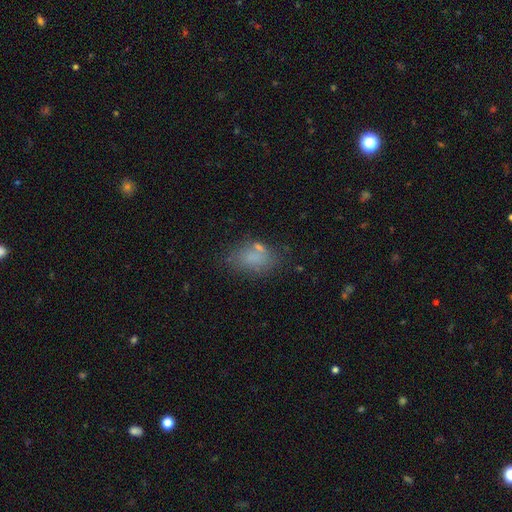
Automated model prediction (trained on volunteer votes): A smooth galaxy with no disk features (70%) that is in between round and cigar-shaped (84%).

Vote fractions:
- Smooth or featured? smooth: 70% / featured or disk: 16% / star or artifact: 14%
- How rounded? in between: 84% / round: 13% / cigar-shaped: 3%
- Merging? none: 61% / minor disturbance: 20% / major disturbance: 10% / merger: 9%